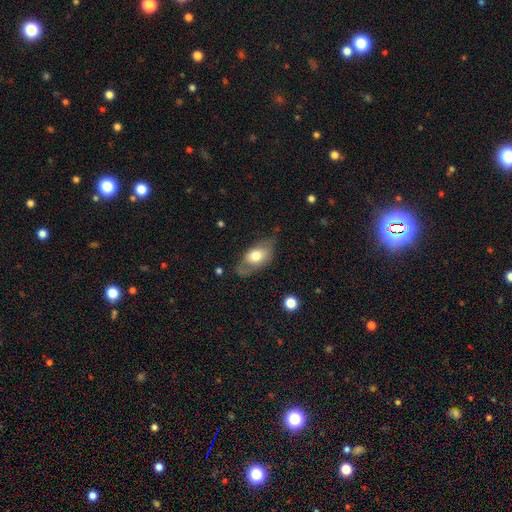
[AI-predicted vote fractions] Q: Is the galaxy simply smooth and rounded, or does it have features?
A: smooth — 59%.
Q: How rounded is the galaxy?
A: in between — 88%.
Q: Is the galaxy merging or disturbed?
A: none — 55%.